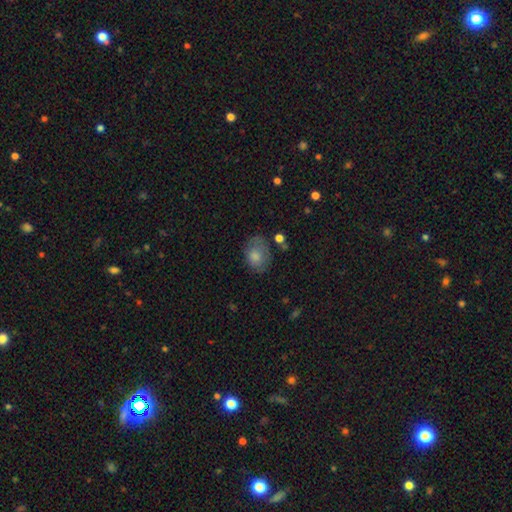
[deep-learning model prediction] smooth 78%, featured or disk 14%, star or artifact 8%. Down the decision tree: how rounded — in between (70%); merging — none (60%).